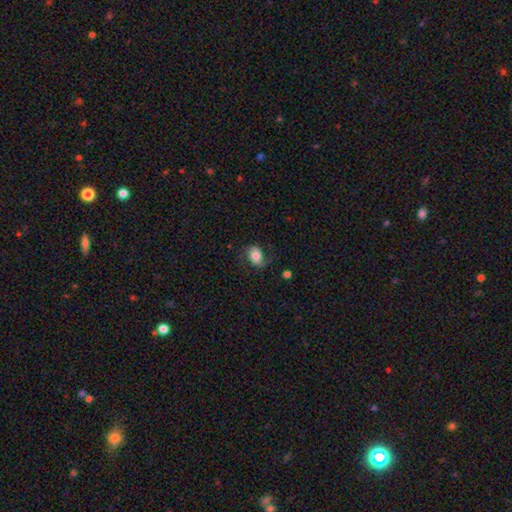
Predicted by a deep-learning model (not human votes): Morphology: type=smooth (52%); roundness=in between (78%); merging=none (63%).